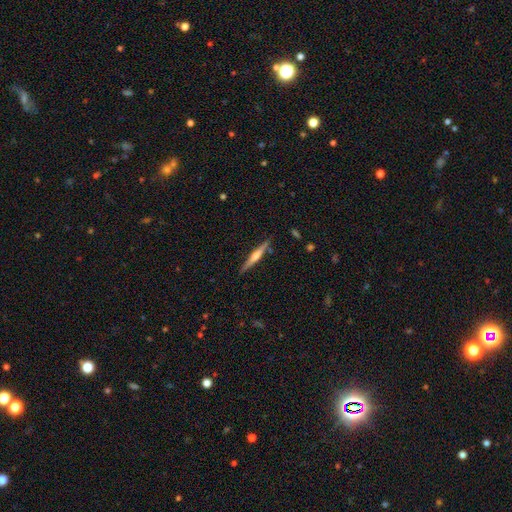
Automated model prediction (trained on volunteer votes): Smooth or featured: featured or disk — 66% (smooth — 29%)
Edge-on disk: yes — 98% (no — 2%)
Edge-on bulge: rounded — 78% (none — 13%)
Merging: none — 88% (minor disturbance — 8%)